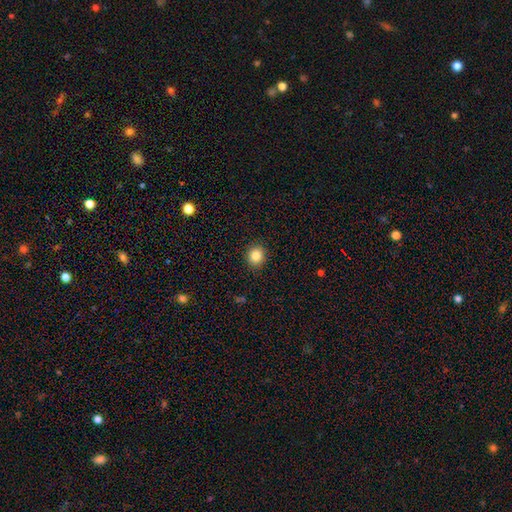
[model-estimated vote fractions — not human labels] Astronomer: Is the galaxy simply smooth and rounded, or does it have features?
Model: smooth — 85%.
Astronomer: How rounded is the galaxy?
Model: round — 79%.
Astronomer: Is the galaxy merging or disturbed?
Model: none — 91%.